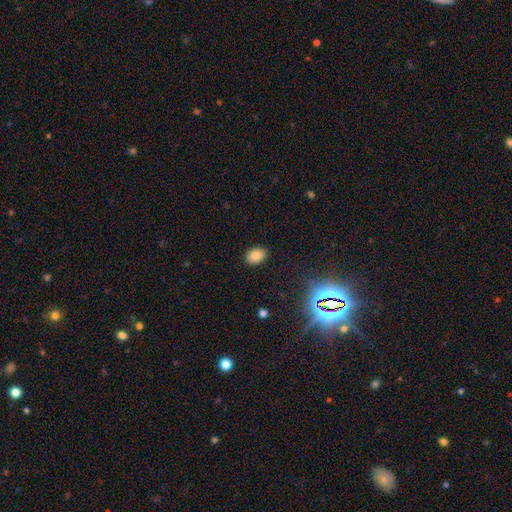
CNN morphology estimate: A smooth galaxy with no disk features (83%) that is in between round and cigar-shaped (75%). Merging: none (88%).